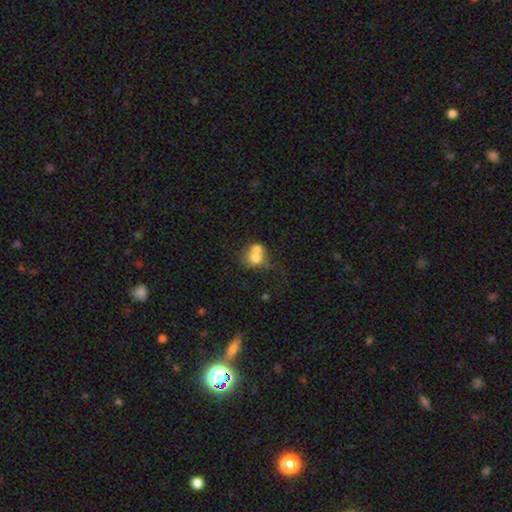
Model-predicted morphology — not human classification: This appears to be a smooth galaxy with no disk features (67%) that is round (67%). Merging: merger (61%).